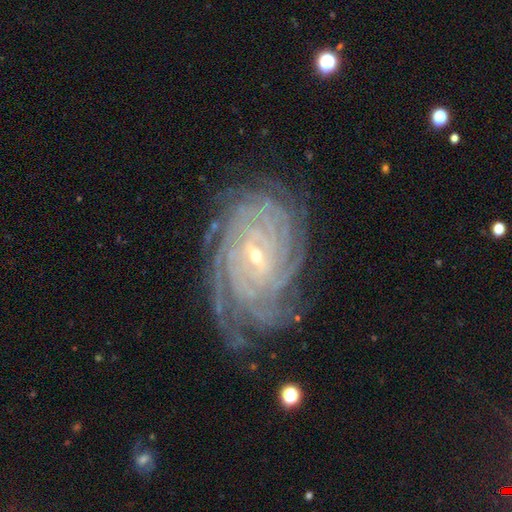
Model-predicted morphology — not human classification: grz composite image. It shows a featured or disk galaxy (91%) with a weak bar (42%), more than 4 (31%) tight (86%) spiral arms (98%) and a small central bulge (75%). Merging: none (76%).